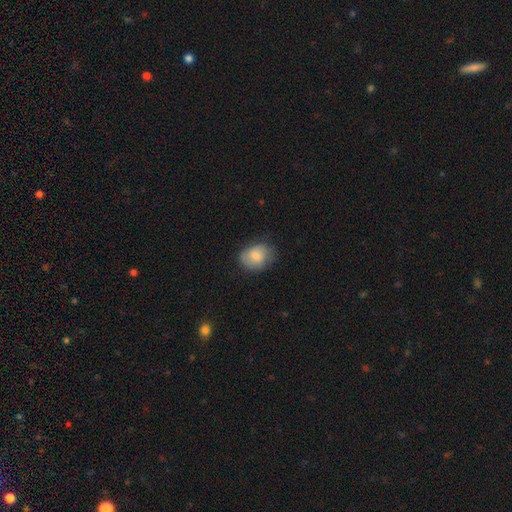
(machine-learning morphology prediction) A smooth galaxy with no disk features (81%) that is in between round and cigar-shaped (56%). Merging: none (66%).